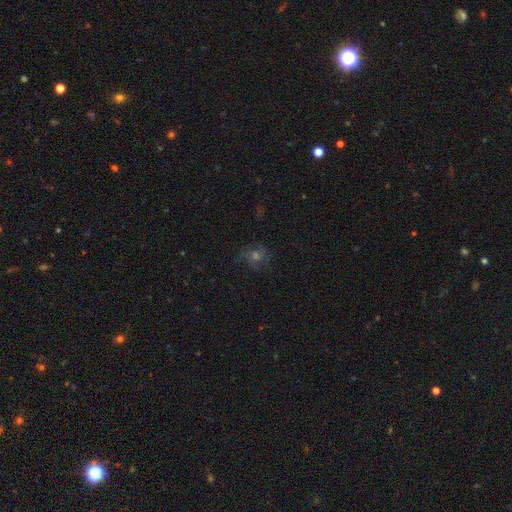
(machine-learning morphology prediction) smooth_or_featured: featured or disk (p=0.36) [alt: smooth p=0.33]
merging: none (p=0.71) [alt: minor disturbance p=0.17]